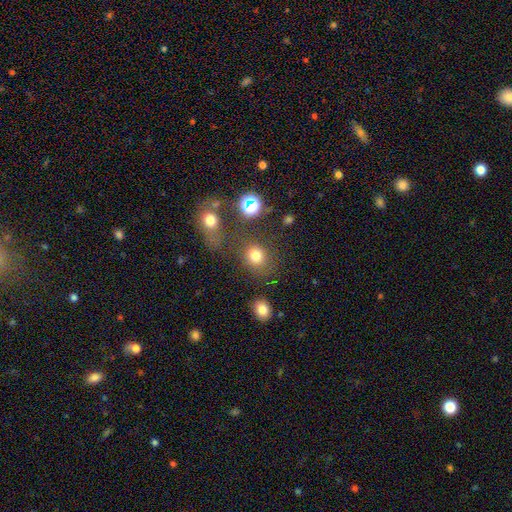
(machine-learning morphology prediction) Smooth or featured?
  - smooth: 77% *
  - star or artifact: 16%
  - featured or disk: 7%
How rounded?
  - round: 72% *
  - in between: 27%
  - cigar-shaped: 1%
Merging?
  - none: 72% *
  - minor disturbance: 13%
  - merger: 9%
  - major disturbance: 7%